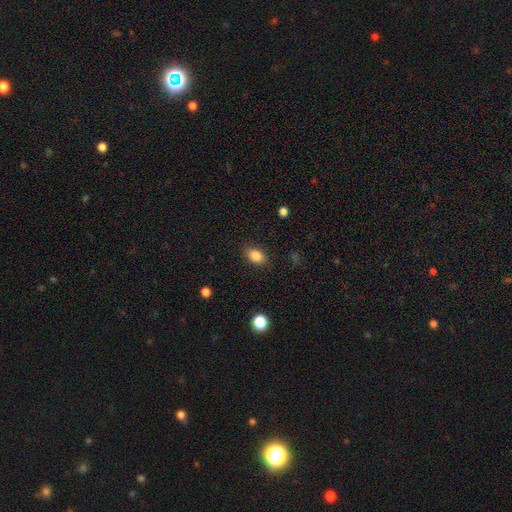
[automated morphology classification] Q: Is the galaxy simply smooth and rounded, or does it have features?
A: smooth — 84%.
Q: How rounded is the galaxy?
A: in between — 80%.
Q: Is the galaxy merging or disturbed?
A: none — 87%.